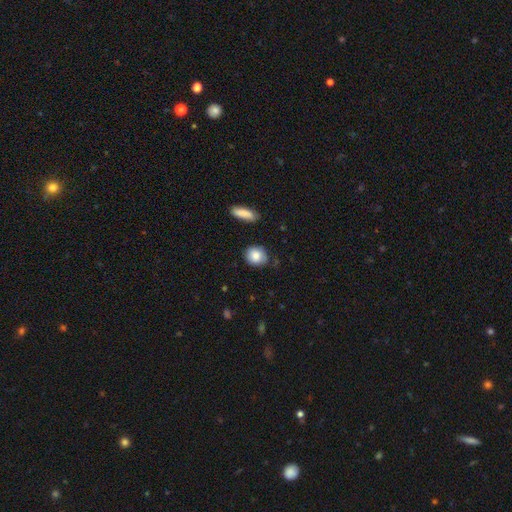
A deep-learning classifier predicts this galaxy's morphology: This appears to be a smooth galaxy with no disk features (83%) that is round (73%). Merging: none (74%).